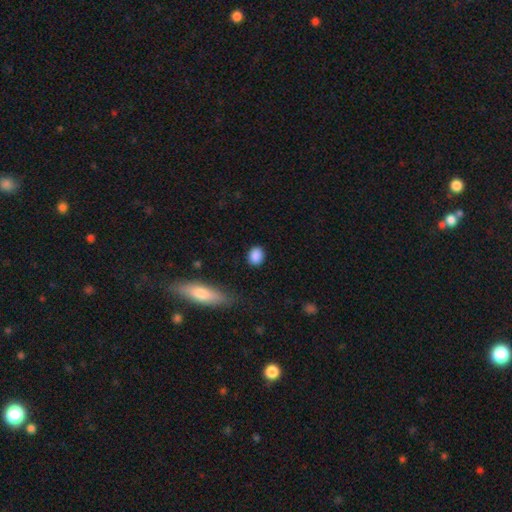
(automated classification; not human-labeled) Smooth or featured? Predicted: smooth (p=0.88). How rounded? Predicted: in between (p=0.56). Merging? Predicted: none (p=0.85).